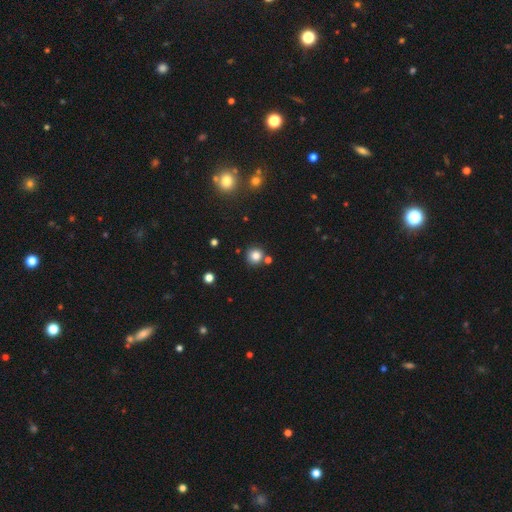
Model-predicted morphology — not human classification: Smooth or featured? Predicted: smooth (p=0.81). How rounded? Predicted: round (p=0.92). Merging? Predicted: none (p=0.79).